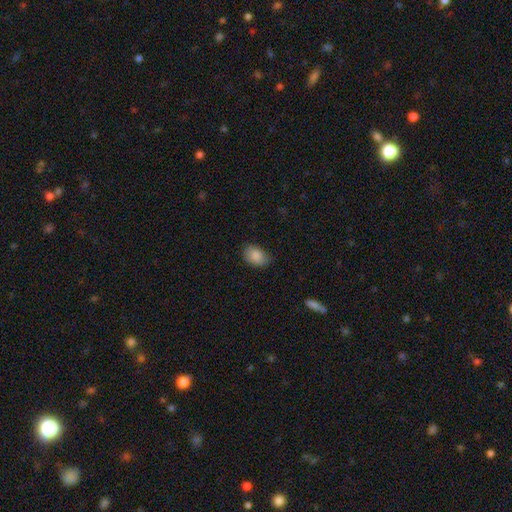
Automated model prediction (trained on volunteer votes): Smooth or featured: smooth — 88% (star or artifact — 8%)
How rounded: in between — 82% (round — 17%)
Merging: none — 72% (minor disturbance — 22%)